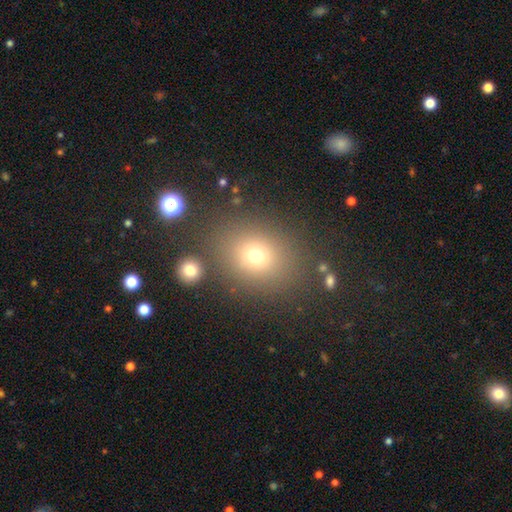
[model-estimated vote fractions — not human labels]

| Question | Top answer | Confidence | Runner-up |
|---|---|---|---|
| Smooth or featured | smooth | 66% | star or artifact (23%) |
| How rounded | round | 62% | in between (36%) |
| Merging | none | 82% | minor disturbance (9%) |